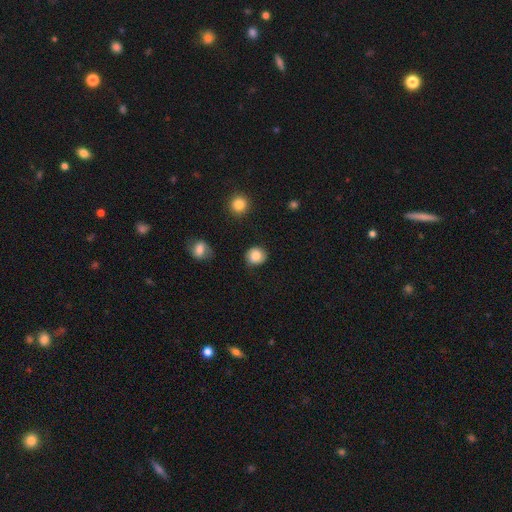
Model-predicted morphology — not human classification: Smooth or featured: smooth — 84% (star or artifact — 8%)
How rounded: round — 83% (in between — 16%)
Merging: none — 78% (minor disturbance — 16%)